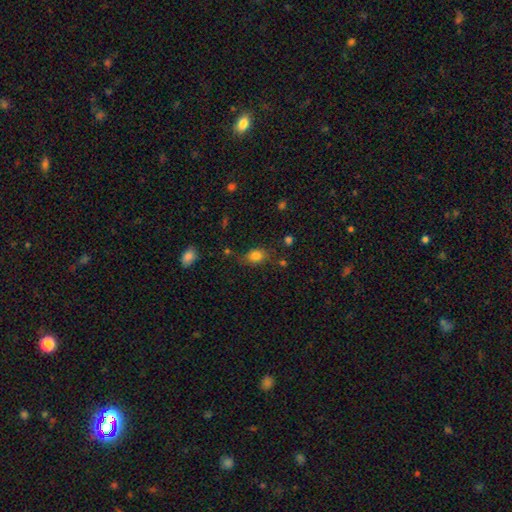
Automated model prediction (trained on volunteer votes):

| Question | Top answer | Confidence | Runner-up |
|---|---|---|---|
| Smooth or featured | smooth | 80% | star or artifact (12%) |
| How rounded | in between | 67% | round (31%) |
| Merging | none | 68% | minor disturbance (21%) |